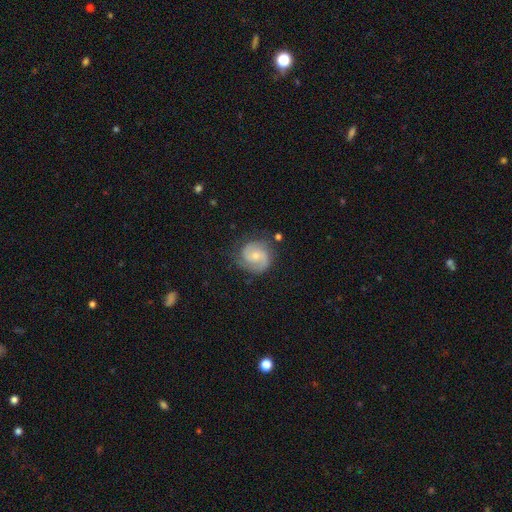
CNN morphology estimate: Overall: featured or disk (77%). Edge-on disk: no (98%). Bar: no (58%; weak 36%). Spiral arms: yes (95%). Spiral arm count: 2 (84%). Spiral winding: medium (47%; tight 35%). Bulge size: small (54%; moderate 42%). Merging: none (75%).